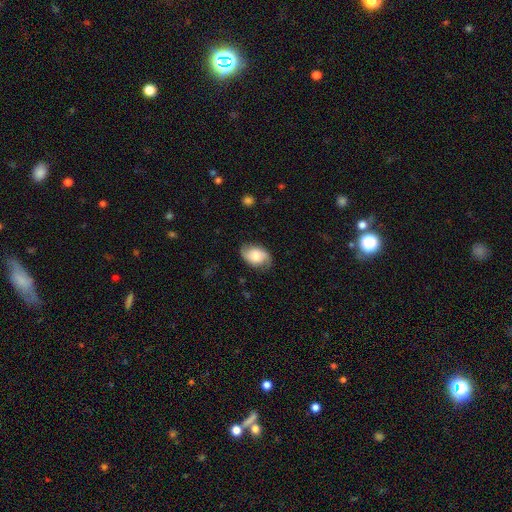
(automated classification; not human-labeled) Smooth or featured? Predicted: smooth (p=0.47). Merging? Predicted: none (p=0.75).